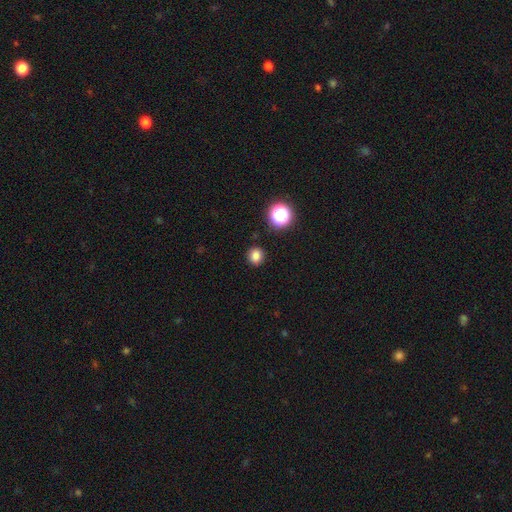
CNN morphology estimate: This is clearly a smooth galaxy (80%). How rounded: clearly round (85%). Merging: clearly none (89%).